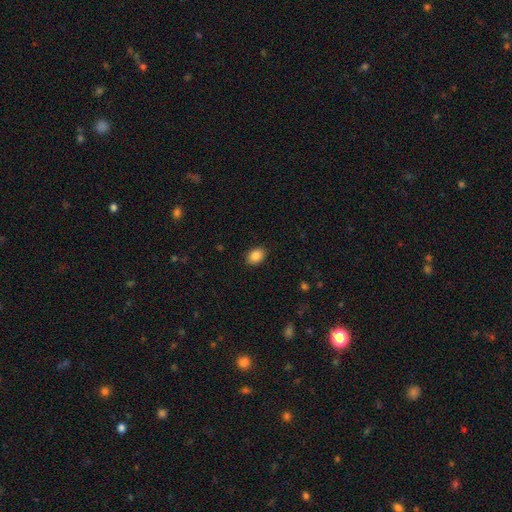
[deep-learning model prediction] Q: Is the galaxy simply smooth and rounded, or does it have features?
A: smooth — 87%.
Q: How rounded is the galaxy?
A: in between — 70%.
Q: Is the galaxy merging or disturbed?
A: none — 89%.